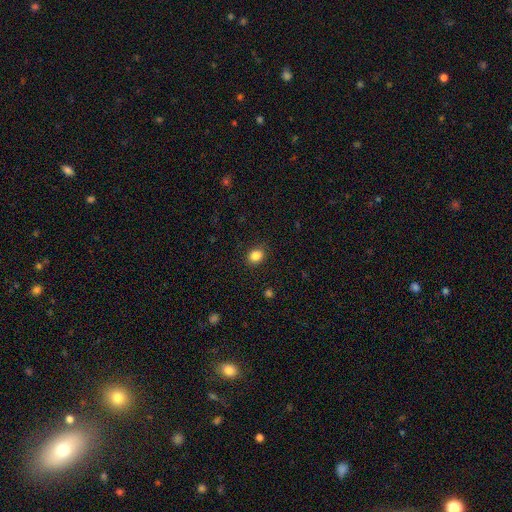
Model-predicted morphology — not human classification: This is clearly a smooth galaxy (86%). How rounded: possibly round (53%). Merging: clearly none (88%).